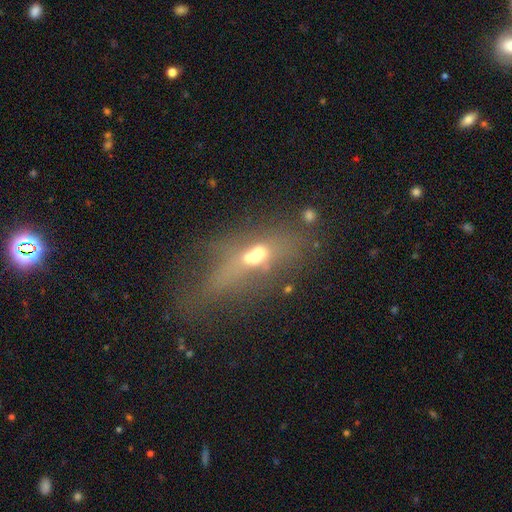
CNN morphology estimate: This is marginally a smooth galaxy (41%). Merging: marginally major disturbance (32%).